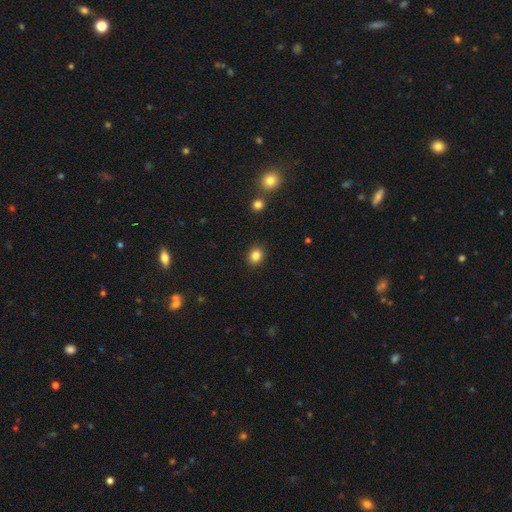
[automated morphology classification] smooth-or-featured: smooth: 84% | star or artifact: 11% | featured or disk: 5%
  how-rounded: round: 70% | in between: 29% | cigar-shaped: 1%
  merging: none: 90% | minor disturbance: 7% | major disturbance: 2% | merger: 1%